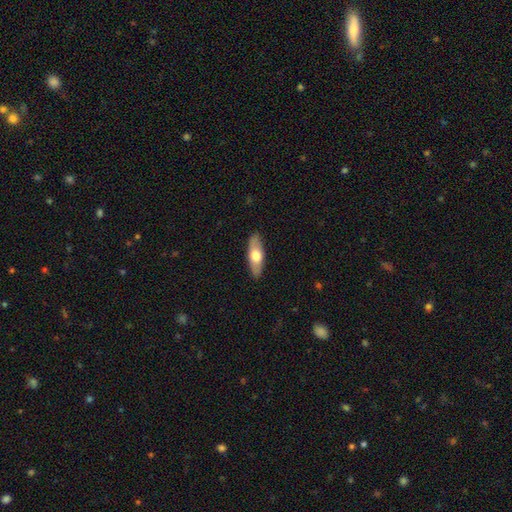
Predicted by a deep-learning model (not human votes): Morphology: type=smooth (58%); roundness=in between (62%); merging=none (88%).